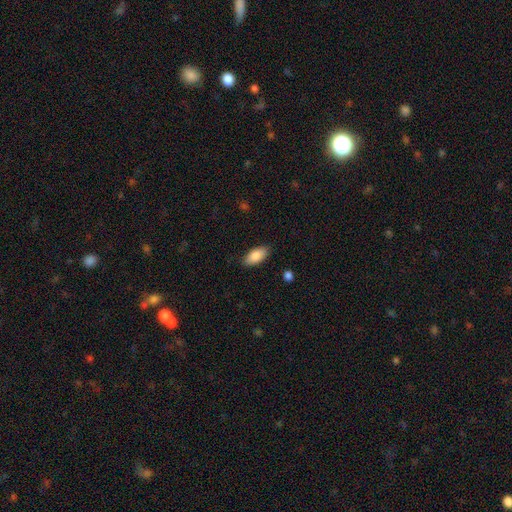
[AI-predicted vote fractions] Smooth or featured: smooth — 87% (featured or disk — 7%)
How rounded: in between — 89% (cigar-shaped — 9%)
Merging: none — 86% (minor disturbance — 10%)